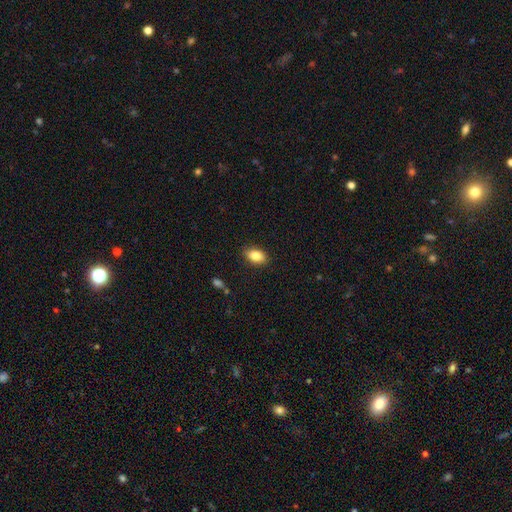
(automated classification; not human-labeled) Smooth or featured? smooth (85%)
How rounded? in between (87%)
Merging? none (86%)